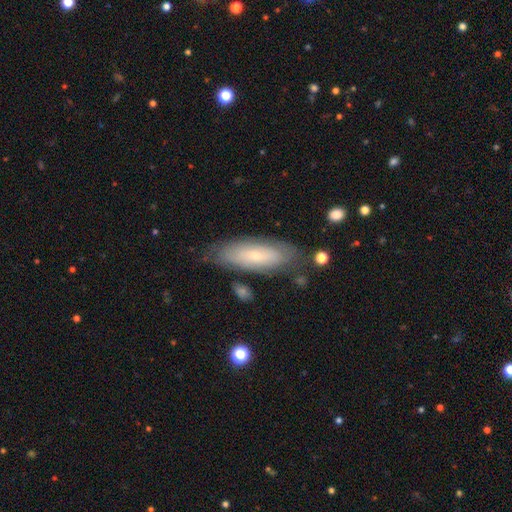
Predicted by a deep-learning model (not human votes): Smooth or featured? Predicted: smooth (p=0.54). How rounded? Predicted: in between (p=0.60). Merging? Predicted: none (p=0.75).